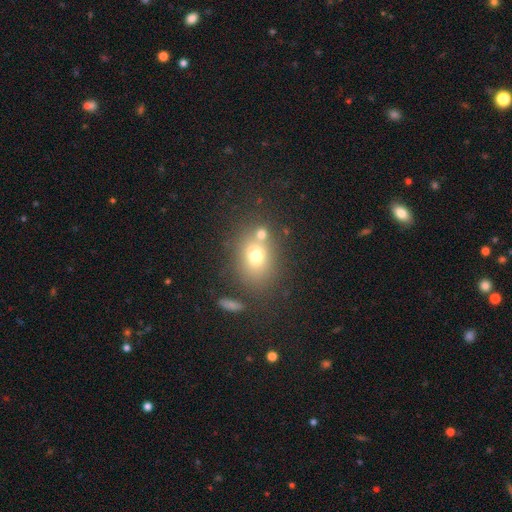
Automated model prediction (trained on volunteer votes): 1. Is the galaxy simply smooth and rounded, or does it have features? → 70% smooth, 16% featured or disk, 14% star or artifact.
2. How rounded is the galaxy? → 55% in between, 44% round, 1% cigar-shaped.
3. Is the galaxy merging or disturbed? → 54% none, 27% merger, 13% minor disturbance, 6% major disturbance.